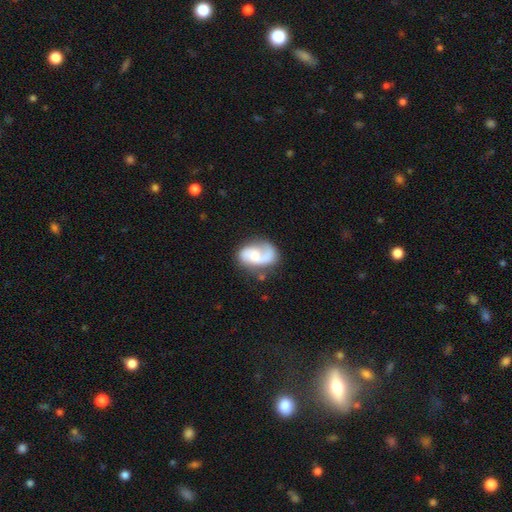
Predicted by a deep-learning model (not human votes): Smooth or featured? Predicted: featured or disk (p=0.67). Edge-on disk? Predicted: no (p=0.98). Bar? Predicted: no (p=0.65). Spiral arms? Predicted: yes (p=0.90). Spiral winding? Predicted: loose (p=0.43). Spiral arm count? Predicted: 1 (p=0.50). Bulge size? Predicted: moderate (p=0.28, tied with small). Merging? Predicted: none (p=0.51).